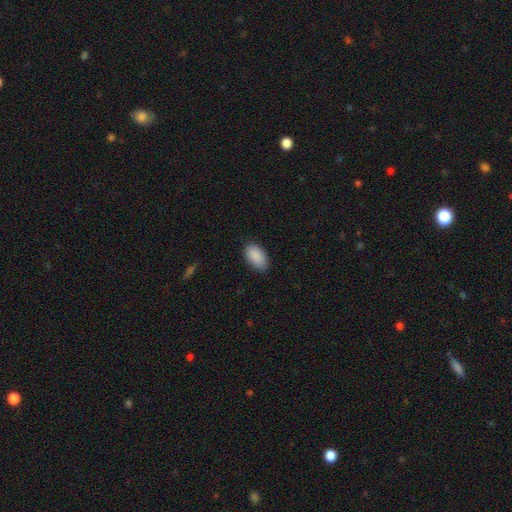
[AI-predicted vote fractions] A smooth galaxy with no disk features (90%) that is in between round and cigar-shaped (94%).

Vote fractions:
- Smooth or featured? smooth: 90% / star or artifact: 6% / featured or disk: 3%
- How rounded? in between: 94% / round: 4% / cigar-shaped: 2%
- Merging? none: 84% / minor disturbance: 12% / major disturbance: 2% / merger: 1%